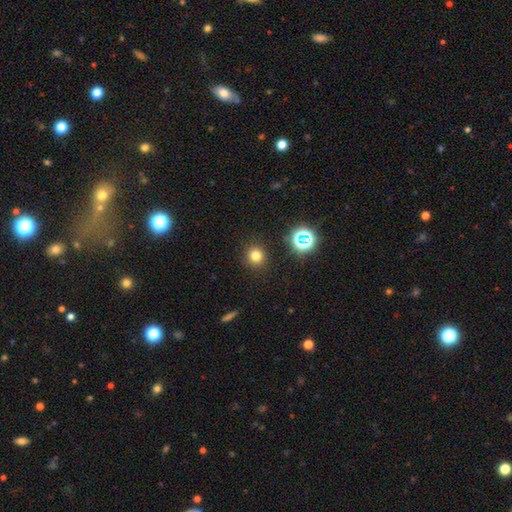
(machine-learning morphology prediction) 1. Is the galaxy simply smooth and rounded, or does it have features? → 74% smooth, 19% star or artifact, 7% featured or disk.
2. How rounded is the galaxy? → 91% round, 8% in between, 1% cigar-shaped.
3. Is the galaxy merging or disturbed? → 90% none, 6% minor disturbance, 3% major disturbance, 1% merger.